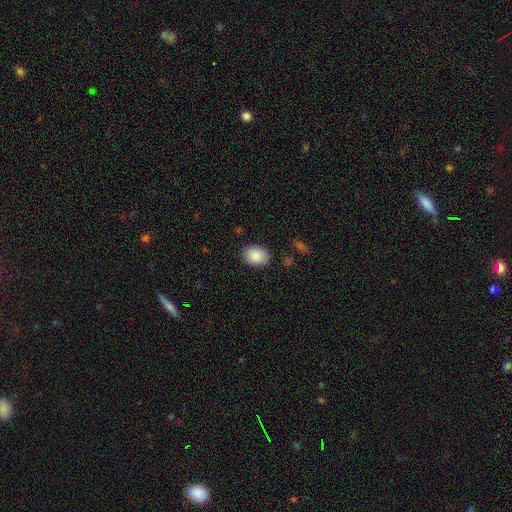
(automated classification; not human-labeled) Smooth or featured? smooth (88%)
How rounded? in between (67%)
Merging? none (85%)